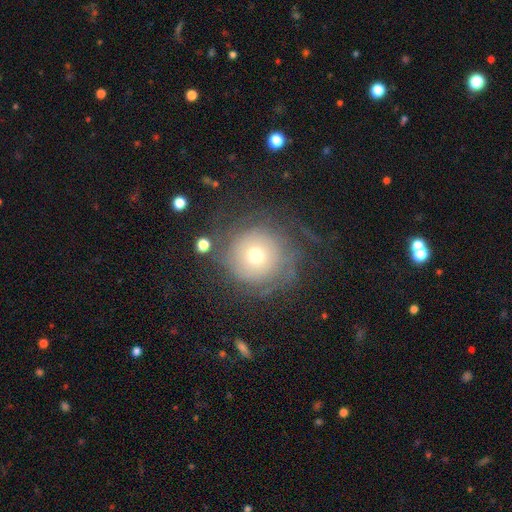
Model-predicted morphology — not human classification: This appears to be a featured or disk galaxy (48%). Merging: none (65%).